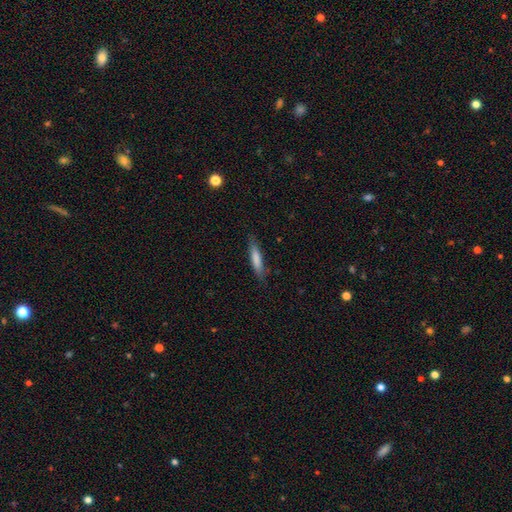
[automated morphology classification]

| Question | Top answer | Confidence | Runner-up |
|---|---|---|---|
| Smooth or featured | smooth | 75% | featured or disk (18%) |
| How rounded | cigar-shaped | 83% | in between (15%) |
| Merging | none | 82% | minor disturbance (14%) |